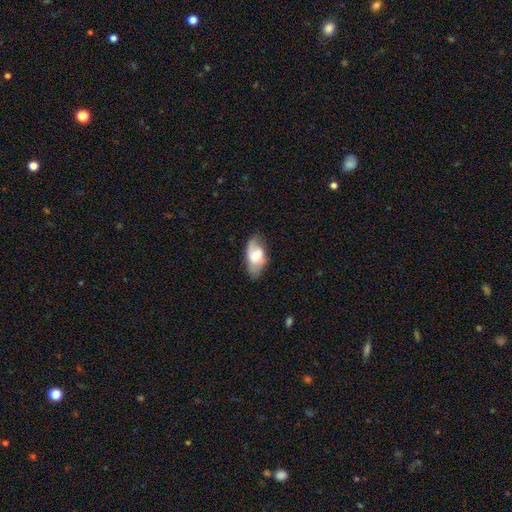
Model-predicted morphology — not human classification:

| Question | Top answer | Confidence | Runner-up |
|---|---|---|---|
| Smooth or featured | smooth | 51% | featured or disk (42%) |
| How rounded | in between | 92% | round (5%) |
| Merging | none | 62% | minor disturbance (26%) |